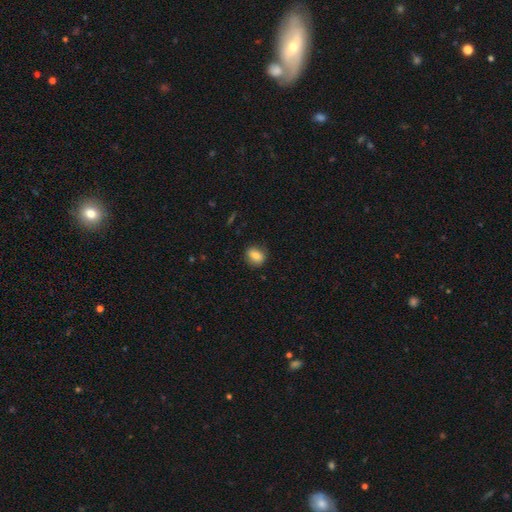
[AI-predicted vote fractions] Smooth or featured: smooth — 81% (featured or disk — 11%)
How rounded: round — 54% (in between — 45%)
Merging: none — 84% (minor disturbance — 12%)